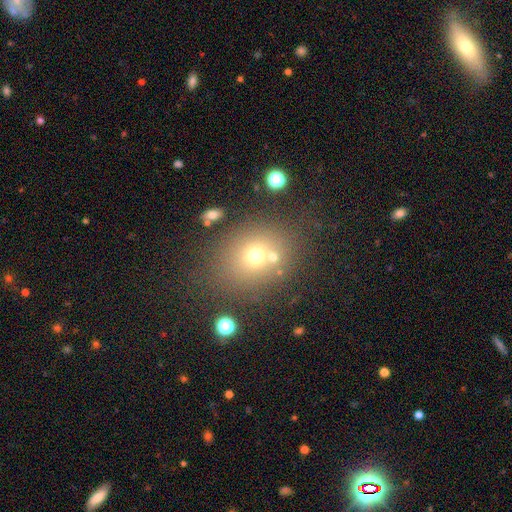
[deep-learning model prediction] A smooth galaxy with no disk features (64%) that is round (65%). Merging: none (66%).